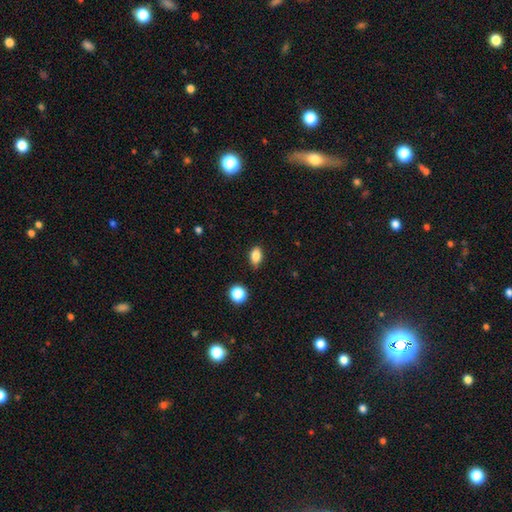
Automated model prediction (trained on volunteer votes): This is clearly a smooth galaxy (85%). How rounded: clearly in between (83%). Merging: clearly none (84%).